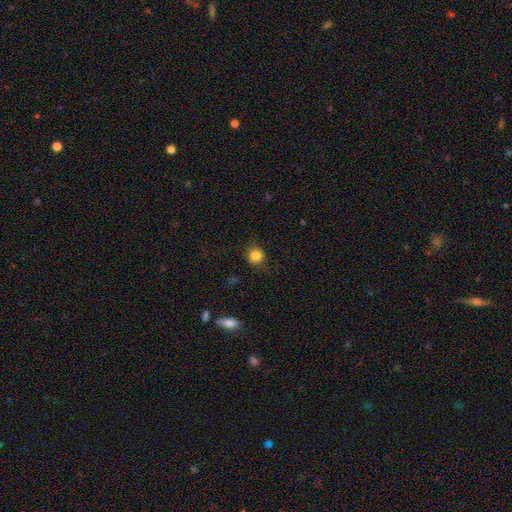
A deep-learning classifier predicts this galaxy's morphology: A smooth galaxy with no disk features (83%) that is round (82%).

Vote fractions:
- Smooth or featured? smooth: 83% / star or artifact: 11% / featured or disk: 6%
- How rounded? round: 82% / in between: 17% / cigar-shaped: 1%
- Merging? none: 77% / minor disturbance: 16% / major disturbance: 5% / merger: 1%